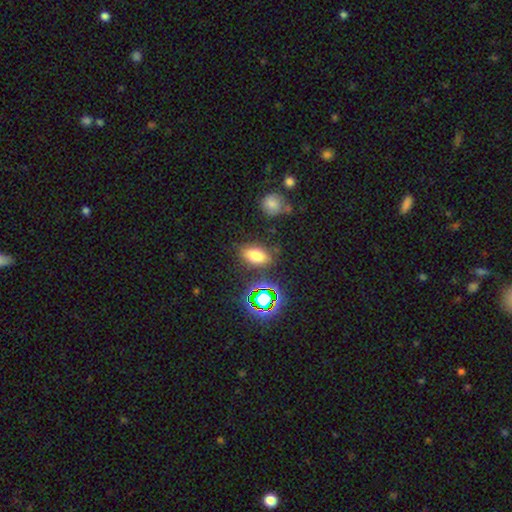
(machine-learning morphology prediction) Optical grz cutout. It shows a smooth galaxy with no disk features (71%) that is in between round and cigar-shaped (87%). Merging: none (80%).